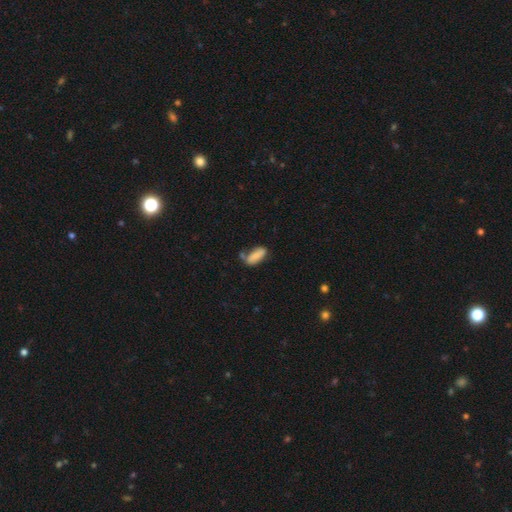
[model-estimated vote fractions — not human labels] Smooth or featured?
  - smooth: 81% *
  - featured or disk: 11%
  - star or artifact: 8%
How rounded?
  - in between: 80% *
  - cigar-shaped: 18%
  - round: 2%
Merging?
  - none: 47% *
  - minor disturbance: 25%
  - merger: 17%
  - major disturbance: 10%